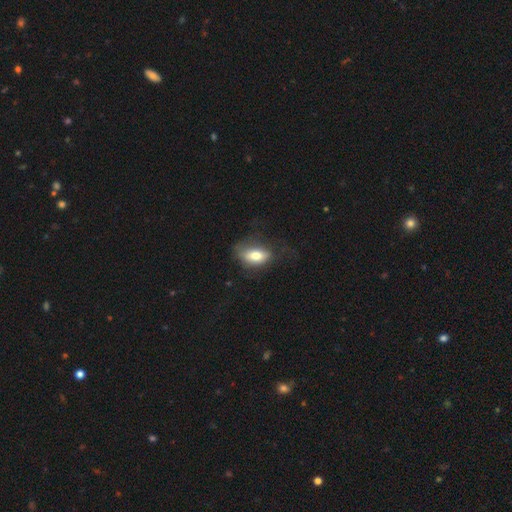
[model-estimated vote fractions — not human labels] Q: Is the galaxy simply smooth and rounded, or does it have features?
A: smooth — 73%.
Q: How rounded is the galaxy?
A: in between — 87%.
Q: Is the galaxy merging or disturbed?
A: none — 55%.